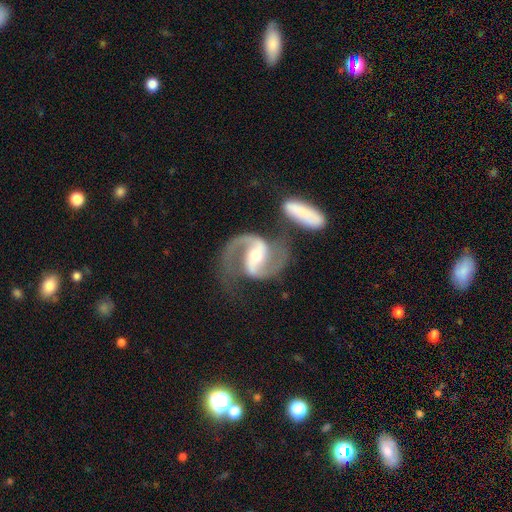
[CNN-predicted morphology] Smooth or featured? Predicted: featured or disk (p=0.93). Edge-on disk? Predicted: no (p=0.98). Bar? Predicted: strong (p=0.51). Spiral arms? Predicted: yes (p=0.98). Spiral winding? Predicted: medium (p=0.60). Spiral arm count? Predicted: 2 (p=0.93). Bulge size? Predicted: moderate (p=0.63). Merging? Predicted: none (p=0.58).